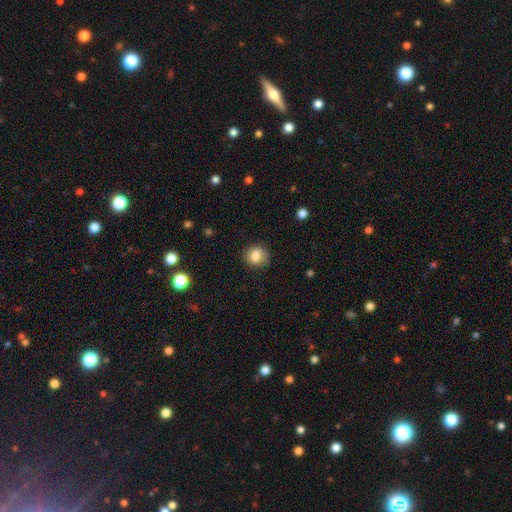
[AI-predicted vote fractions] This appears to be a smooth galaxy with no disk features (84%) that is round (76%). Merging: none (80%).